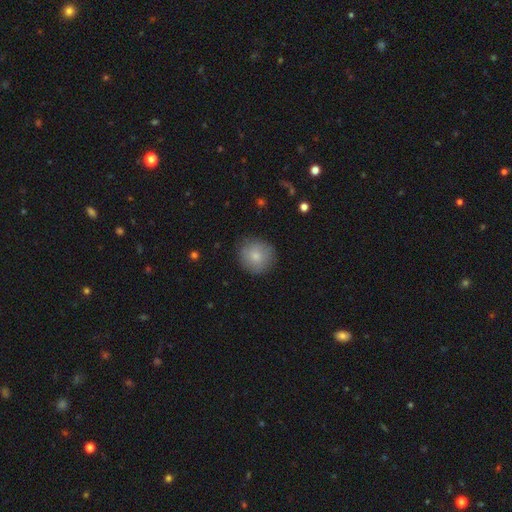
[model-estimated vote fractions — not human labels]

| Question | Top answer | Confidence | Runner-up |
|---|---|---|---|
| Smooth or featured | smooth | 79% | featured or disk (14%) |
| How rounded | round | 93% | in between (7%) |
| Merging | none | 84% | minor disturbance (12%) |